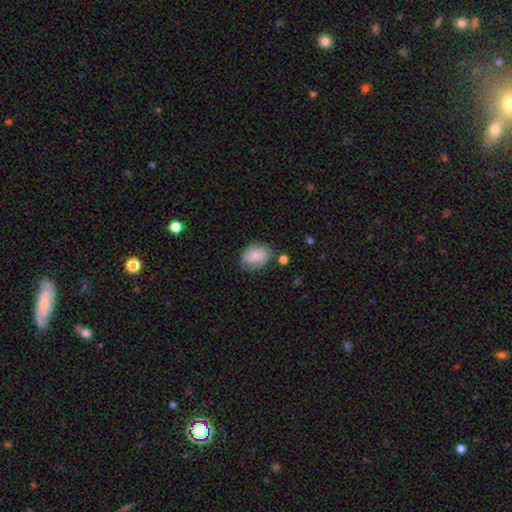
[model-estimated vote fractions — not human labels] The model was most divided on "merging": none: 66%, minor disturbance: 24%, major disturbance: 6%, merger: 4%. More confident: smooth or featured — smooth (79%); how rounded — in between (71%).